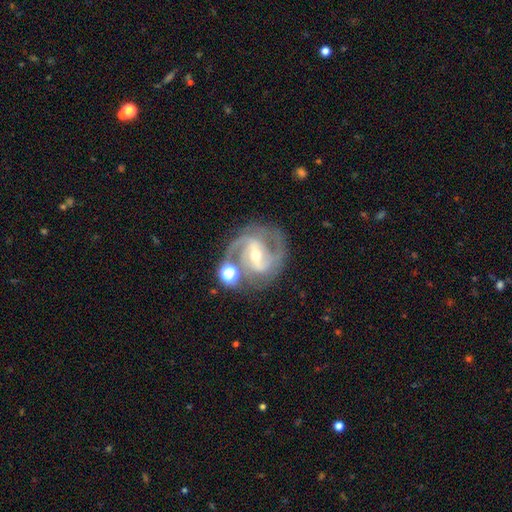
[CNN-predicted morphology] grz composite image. It shows a featured or disk galaxy (89%) with a strong bar (46%), 2 (72%) medium (57%) spiral arms (97%) and a moderate central bulge (50%). Merging: none (67%).